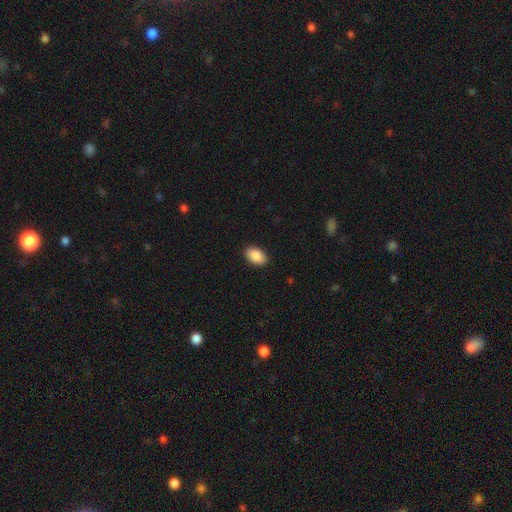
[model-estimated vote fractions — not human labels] Overall: smooth (89%). How rounded: in between (92%). Merging: none (90%).